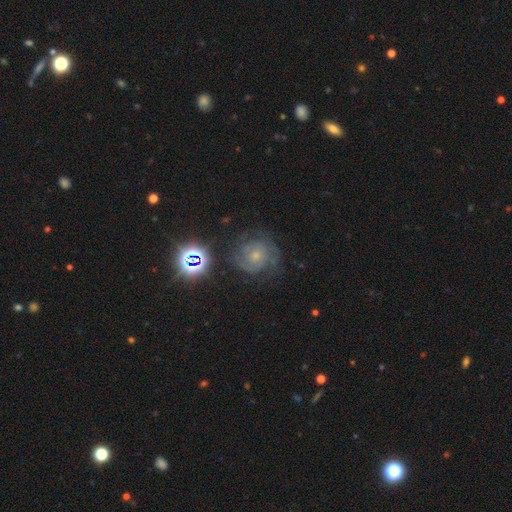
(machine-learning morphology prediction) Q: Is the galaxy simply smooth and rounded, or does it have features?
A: featured or disk — 70%.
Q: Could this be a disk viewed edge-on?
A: no — 98%.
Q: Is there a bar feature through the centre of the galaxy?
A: no — 78%.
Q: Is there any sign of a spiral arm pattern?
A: yes — 92%.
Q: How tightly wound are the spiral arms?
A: tight — 60%.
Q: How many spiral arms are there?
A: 2 — 33%.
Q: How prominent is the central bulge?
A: small — 60%.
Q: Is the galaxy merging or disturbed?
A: none — 68%.